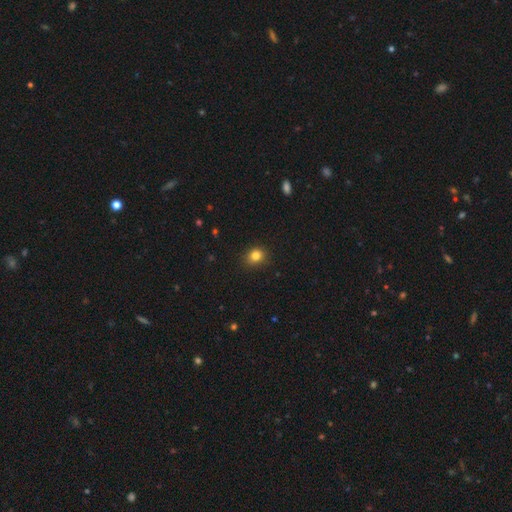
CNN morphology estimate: type=smooth (83%); roundness=round (67%); merging=none (88%).